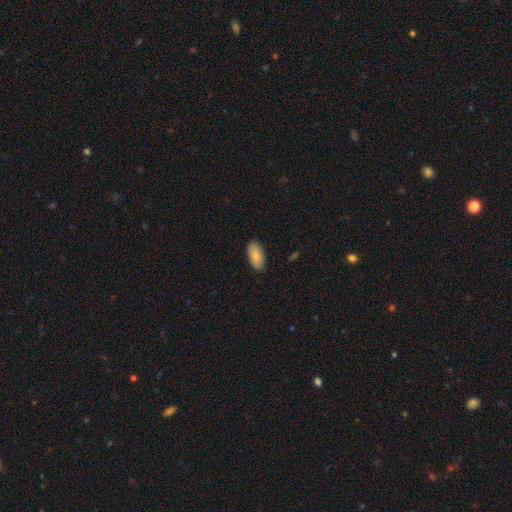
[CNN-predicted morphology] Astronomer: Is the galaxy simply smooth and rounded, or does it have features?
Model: smooth — 85%.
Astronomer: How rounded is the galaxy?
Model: in between — 92%.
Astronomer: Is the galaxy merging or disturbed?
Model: none — 89%.